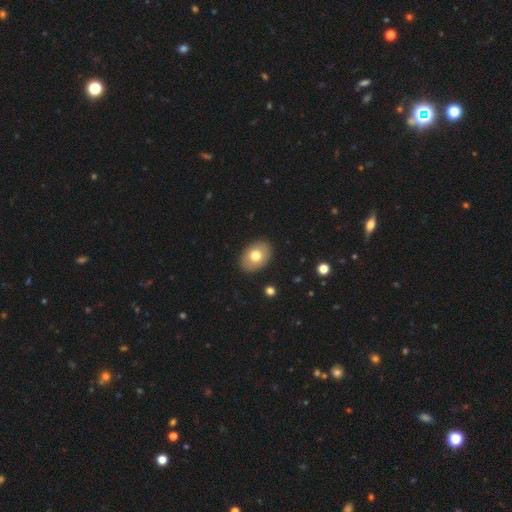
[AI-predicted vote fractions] This is likely a smooth galaxy (74%). How rounded: likely in between (78%). Merging: clearly none (89%).